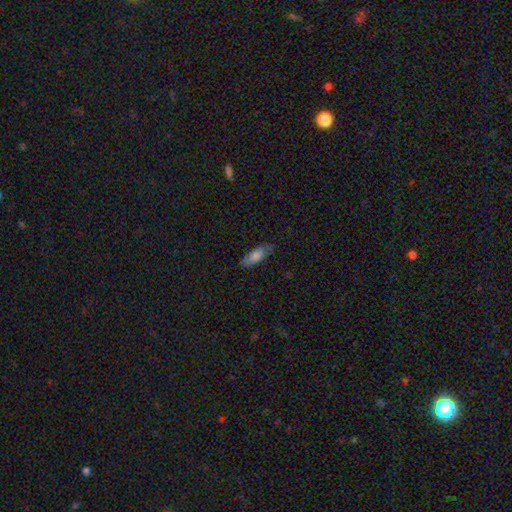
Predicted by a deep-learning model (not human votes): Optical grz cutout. It shows a smooth galaxy with no disk features (75%) that is in between round and cigar-shaped (67%). Merging: none (79%).